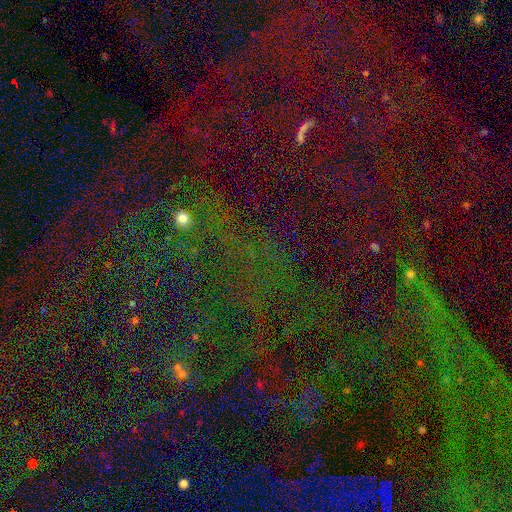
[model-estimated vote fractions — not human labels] The model was most divided on "smooth or featured": star or artifact: 79%, smooth: 13%, featured or disk: 8%.